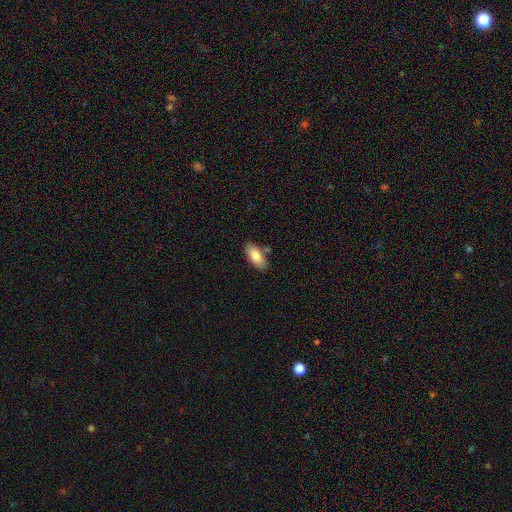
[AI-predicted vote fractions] This is clearly a smooth galaxy (81%). How rounded: clearly in between (88%). Merging: likely none (79%).